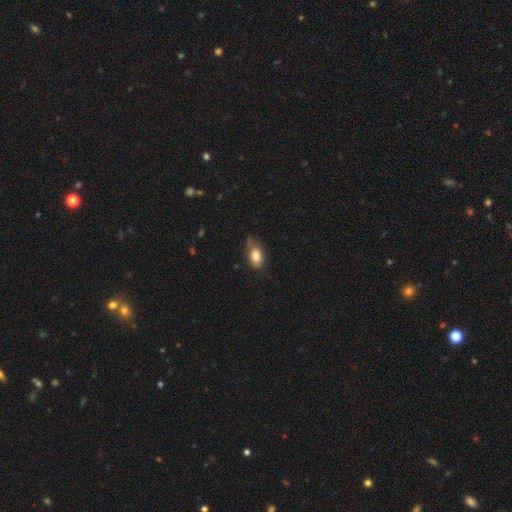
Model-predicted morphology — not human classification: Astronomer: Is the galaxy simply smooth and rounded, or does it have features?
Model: smooth — 83%.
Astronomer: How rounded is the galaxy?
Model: in between — 89%.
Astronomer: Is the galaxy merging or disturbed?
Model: none — 62%.